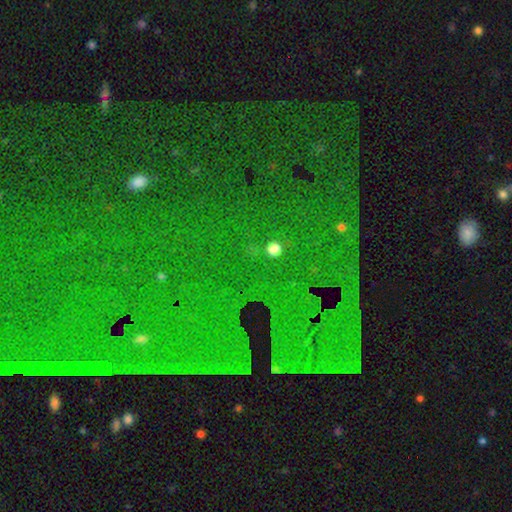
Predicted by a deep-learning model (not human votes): smooth_or_featured: star or artifact (p=0.80) [alt: smooth p=0.10]